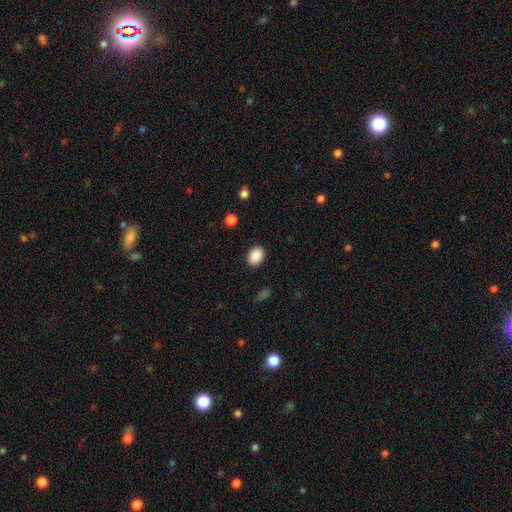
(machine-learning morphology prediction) A smooth galaxy with no disk features (90%) that is in between round and cigar-shaped (77%). Merging: none (89%).